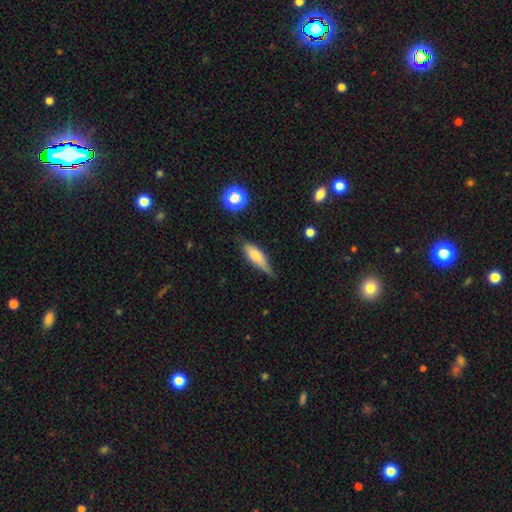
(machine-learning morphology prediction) Smooth or featured? smooth (69%)
How rounded? in between (52%)
Merging? none (53%)